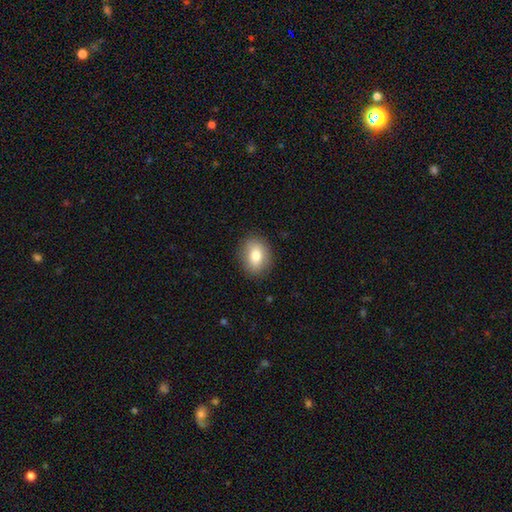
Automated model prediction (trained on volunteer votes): Smooth or featured? Predicted: smooth (p=0.78). How rounded? Predicted: in between (p=0.60). Merging? Predicted: none (p=0.87).